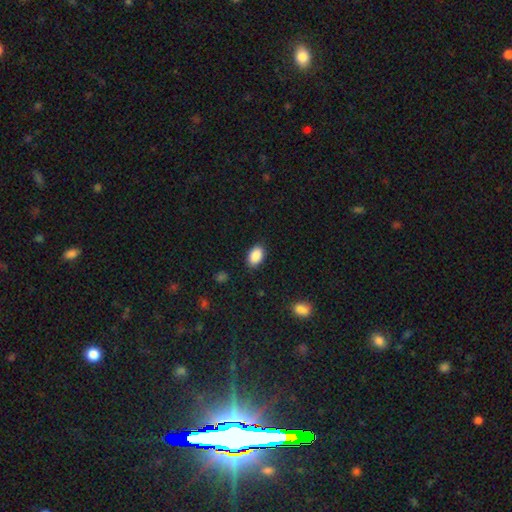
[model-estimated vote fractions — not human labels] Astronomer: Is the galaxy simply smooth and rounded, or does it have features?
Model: smooth — 89%.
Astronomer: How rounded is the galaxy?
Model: in between — 90%.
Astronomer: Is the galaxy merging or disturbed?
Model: none — 87%.